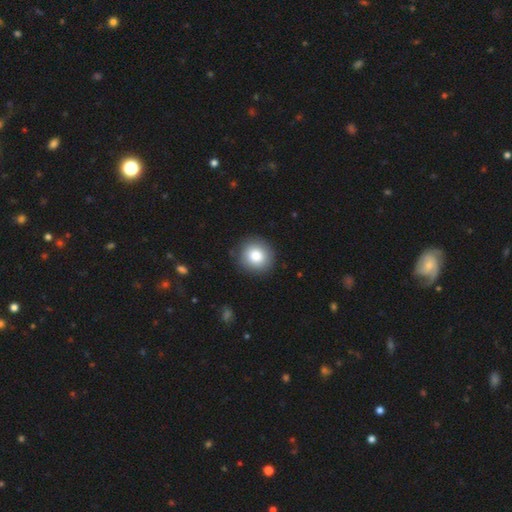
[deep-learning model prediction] This appears to be a smooth galaxy with no disk features (83%) that is round (88%). Merging: none (89%).